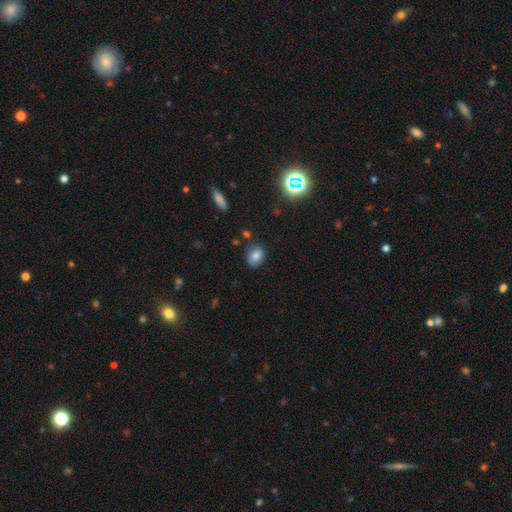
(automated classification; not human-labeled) This is likely a smooth galaxy (79%). How rounded: possibly in between (50%). Merging: likely none (76%).